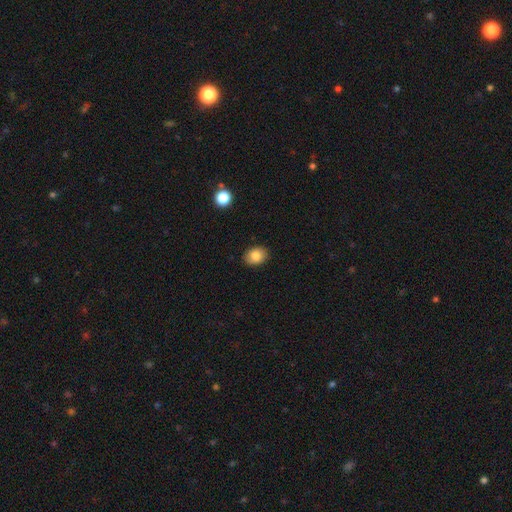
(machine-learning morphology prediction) Q: Smooth or featured?
A: smooth (84%); runner-up: star or artifact (9%)
Q: How rounded?
A: in between (63%); runner-up: round (36%)
Q: Merging?
A: none (88%); runner-up: minor disturbance (9%)